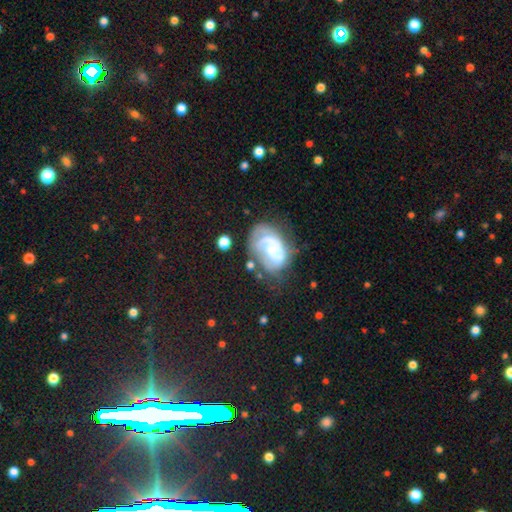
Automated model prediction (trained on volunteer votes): Smooth or featured: star or artifact — 35% (smooth — 34%)